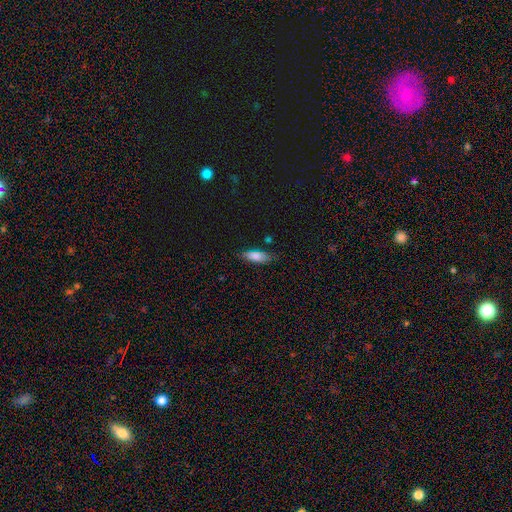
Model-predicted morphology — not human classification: Smooth or featured: smooth — 82% (featured or disk — 10%)
How rounded: in between — 72% (cigar-shaped — 26%)
Merging: none — 73% (minor disturbance — 21%)